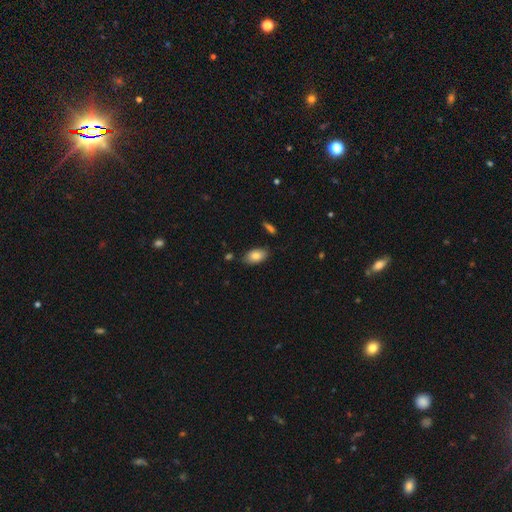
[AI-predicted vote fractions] The model was most divided on "merging": none: 82%, minor disturbance: 13%, merger: 3%, major disturbance: 3%. More confident: how rounded — in between (93%); smooth or featured — smooth (82%).